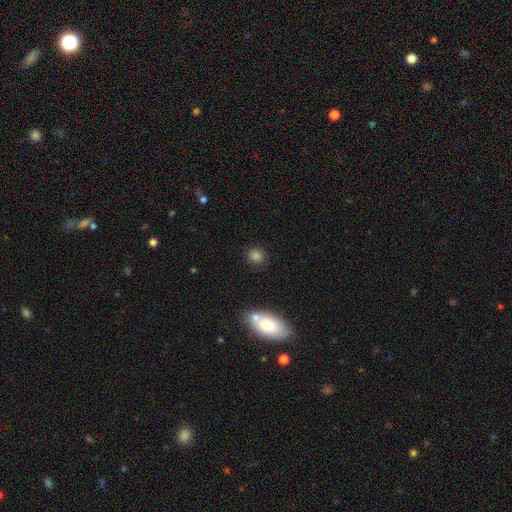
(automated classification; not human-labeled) This is clearly a smooth galaxy (81%). How rounded: clearly round (81%). Merging: clearly none (85%).